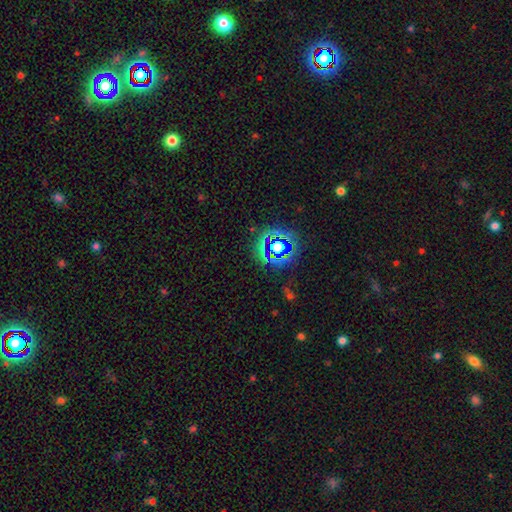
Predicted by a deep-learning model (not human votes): A star or artifact, not a galaxy (76%).

Vote fractions:
- Smooth or featured? star or artifact: 76% / smooth: 15% / featured or disk: 10%